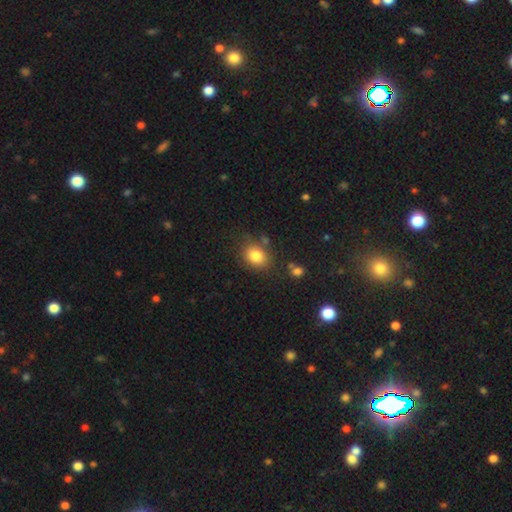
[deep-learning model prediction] smooth-or-featured: smooth: 82% | star or artifact: 10% | featured or disk: 8%
  how-rounded: in between: 55% | round: 44% | cigar-shaped: 1%
  merging: none: 75% | minor disturbance: 15% | merger: 6% | major disturbance: 5%